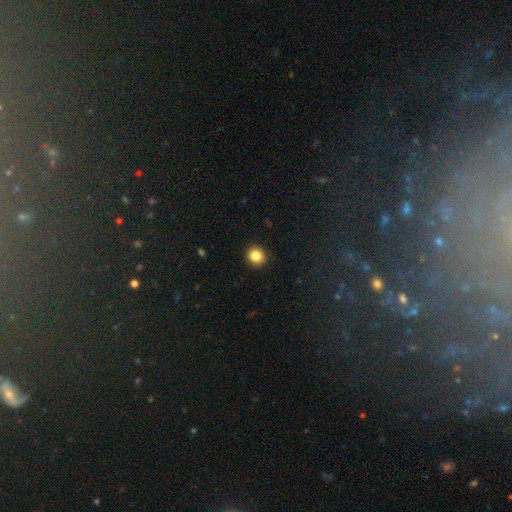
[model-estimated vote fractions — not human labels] Smooth or featured?
  - smooth: 85% *
  - star or artifact: 10%
  - featured or disk: 5%
How rounded?
  - round: 90% *
  - in between: 9%
  - cigar-shaped: 1%
Merging?
  - none: 92% *
  - minor disturbance: 6%
  - major disturbance: 2%
  - merger: 1%